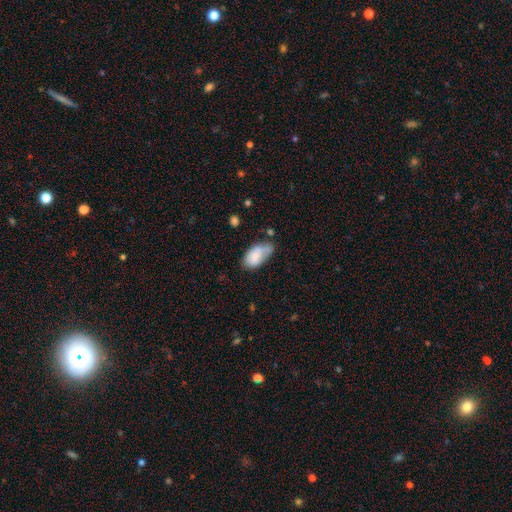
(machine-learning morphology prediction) A smooth galaxy with no disk features (77%) that is in between round and cigar-shaped (94%).

Vote fractions:
- Smooth or featured? smooth: 77% / featured or disk: 16% / star or artifact: 8%
- How rounded? in between: 94% / round: 4% / cigar-shaped: 3%
- Merging? none: 37% / minor disturbance: 35% / major disturbance: 15% / merger: 13%